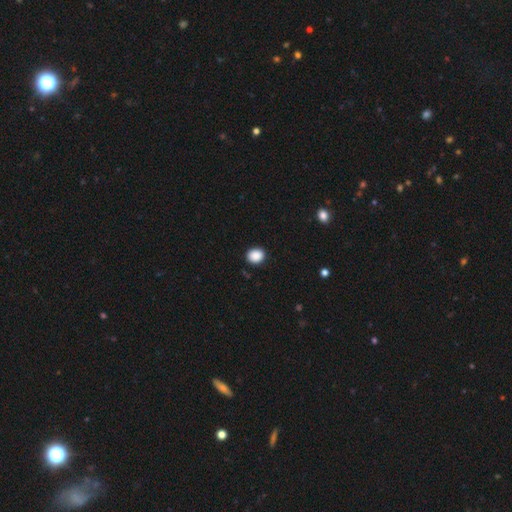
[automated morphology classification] Q: Smooth or featured?
A: smooth (89%); runner-up: star or artifact (9%)
Q: How rounded?
A: round (64%); runner-up: in between (35%)
Q: Merging?
A: none (90%); runner-up: minor disturbance (7%)